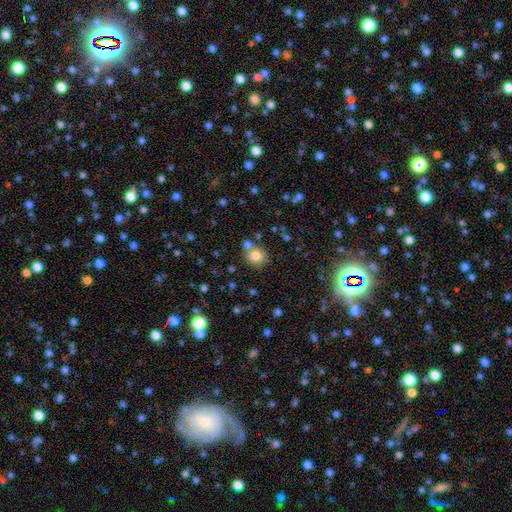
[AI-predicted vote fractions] smooth-or-featured: smooth: 80% | star or artifact: 12% | featured or disk: 9%
  how-rounded: round: 87% | in between: 12% | cigar-shaped: 1%
  merging: none: 71% | merger: 16% | minor disturbance: 9% | major disturbance: 3%